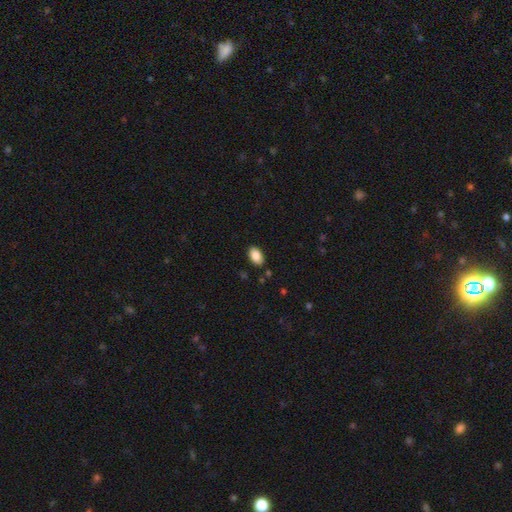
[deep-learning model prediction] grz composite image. It shows a smooth galaxy with no disk features (87%) that is in between round and cigar-shaped (92%). Merging: none (87%).